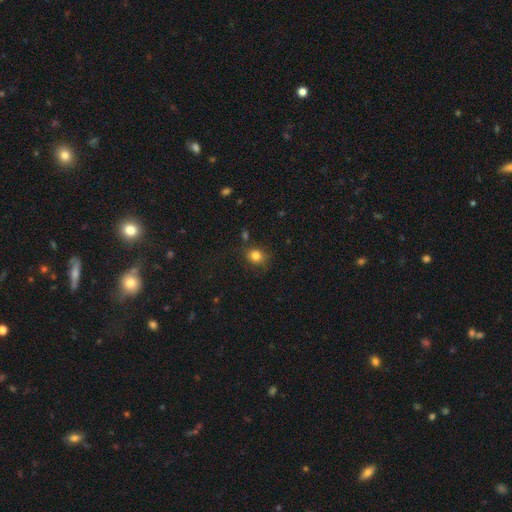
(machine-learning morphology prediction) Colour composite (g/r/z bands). It shows a smooth galaxy with no disk features (81%) that is round (67%). Merging: none (77%).